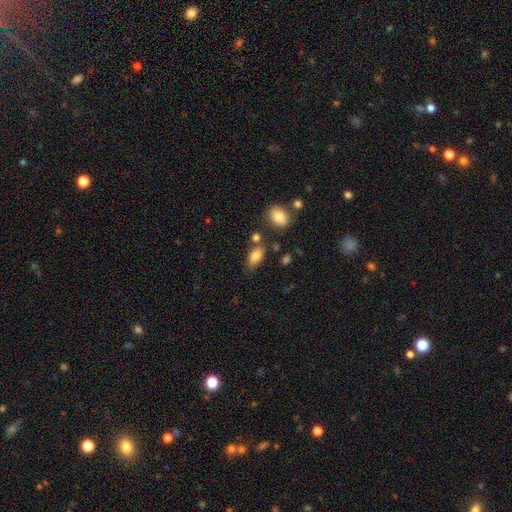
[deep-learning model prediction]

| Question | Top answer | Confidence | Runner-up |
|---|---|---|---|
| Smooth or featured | smooth | 82% | featured or disk (10%) |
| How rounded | in between | 88% | round (7%) |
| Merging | none | 69% | minor disturbance (16%) |